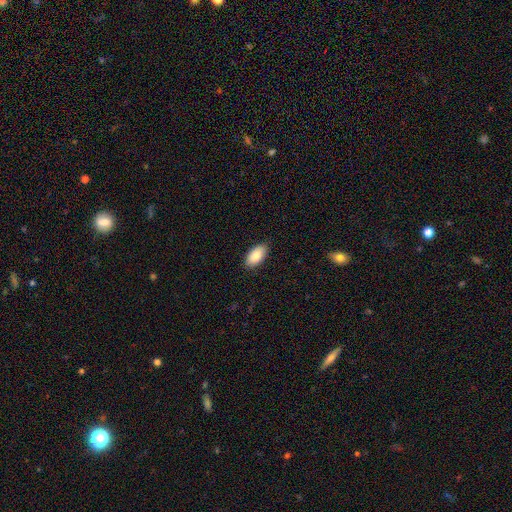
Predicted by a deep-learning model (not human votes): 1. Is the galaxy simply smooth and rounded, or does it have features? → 87% smooth, 7% featured or disk, 6% star or artifact.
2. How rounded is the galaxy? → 94% in between, 3% cigar-shaped, 2% round.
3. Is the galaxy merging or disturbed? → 87% none, 10% minor disturbance, 2% major disturbance, 1% merger.